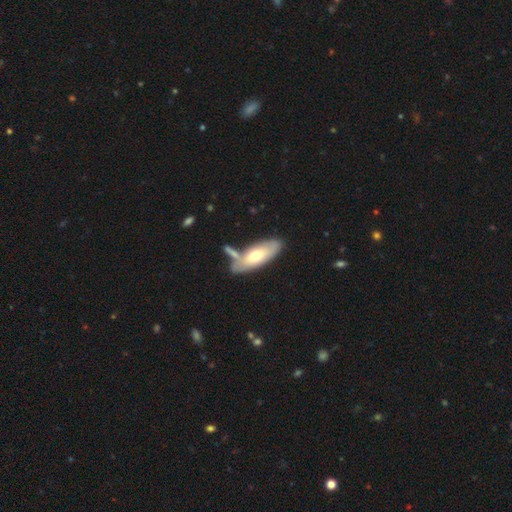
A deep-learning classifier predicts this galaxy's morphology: The model was most divided on "smooth or featured": smooth: 64%, featured or disk: 31%, star or artifact: 5%. More confident: how rounded — in between (71%); merging — none (60%).